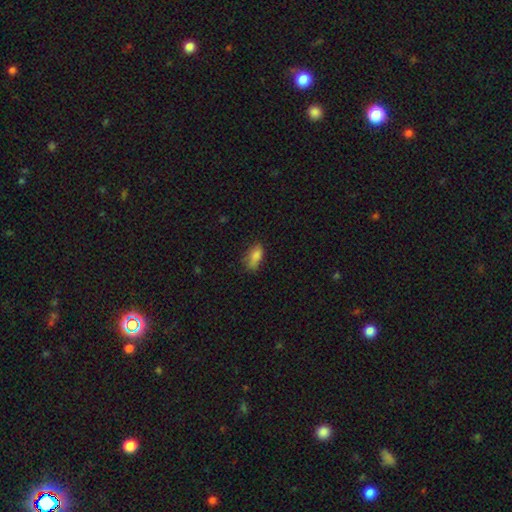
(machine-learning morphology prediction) Q: Smooth or featured?
A: smooth (80%); runner-up: featured or disk (10%)
Q: How rounded?
A: in between (86%); runner-up: cigar-shaped (8%)
Q: Merging?
A: none (53%); runner-up: minor disturbance (31%)